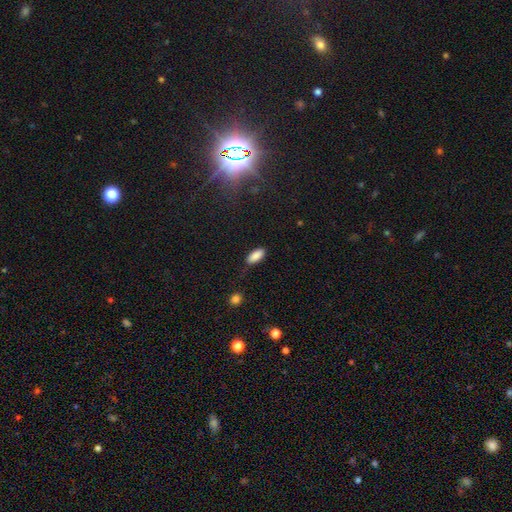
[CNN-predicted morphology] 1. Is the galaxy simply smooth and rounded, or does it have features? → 88% smooth, 7% star or artifact, 5% featured or disk.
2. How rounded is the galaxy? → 85% in between, 13% cigar-shaped, 2% round.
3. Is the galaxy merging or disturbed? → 77% none, 18% minor disturbance, 4% major disturbance, 2% merger.